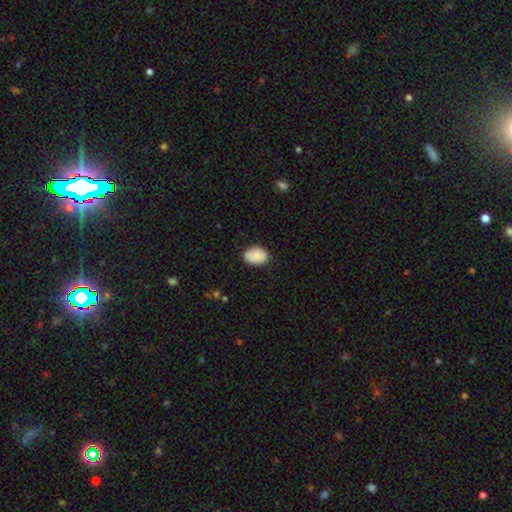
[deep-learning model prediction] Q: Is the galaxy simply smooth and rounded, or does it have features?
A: smooth — 88%.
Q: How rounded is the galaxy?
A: in between — 81%.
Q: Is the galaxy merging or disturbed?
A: none — 80%.